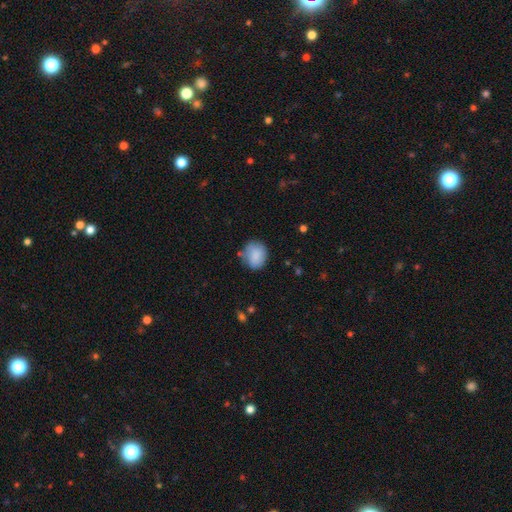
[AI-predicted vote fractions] Smooth or featured: smooth — 82% (featured or disk — 11%)
How rounded: round — 63% (in between — 36%)
Merging: none — 63% (minor disturbance — 25%)